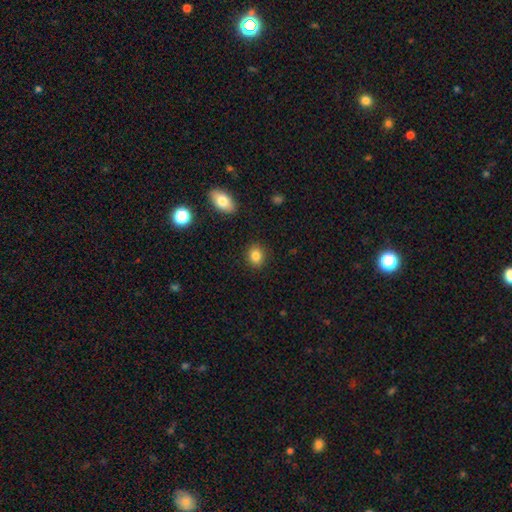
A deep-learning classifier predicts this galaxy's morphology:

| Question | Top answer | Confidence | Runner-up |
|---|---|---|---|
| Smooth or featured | smooth | 85% | star or artifact (10%) |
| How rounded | round | 62% | in between (37%) |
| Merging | none | 89% | minor disturbance (7%) |